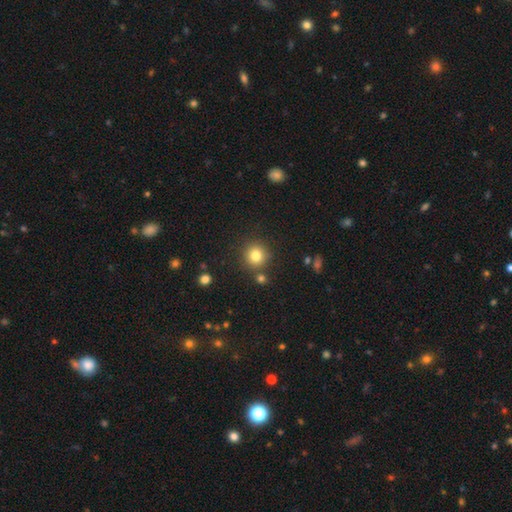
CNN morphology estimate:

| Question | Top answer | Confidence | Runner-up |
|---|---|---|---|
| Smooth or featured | smooth | 81% | star or artifact (12%) |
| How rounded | round | 92% | in between (7%) |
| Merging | none | 82% | minor disturbance (8%) |